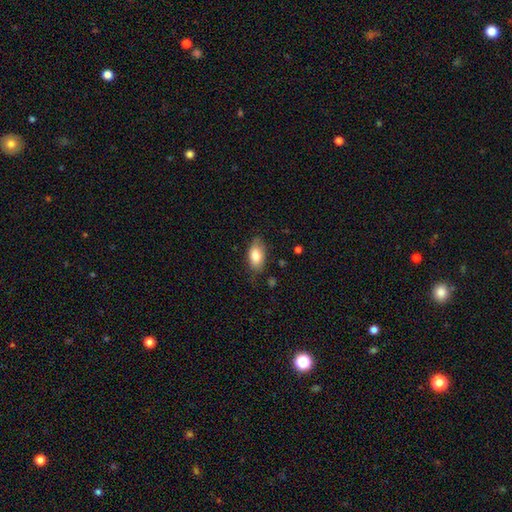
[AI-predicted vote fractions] Overall: smooth (81%). How rounded: in between (92%). Merging: none (73%).